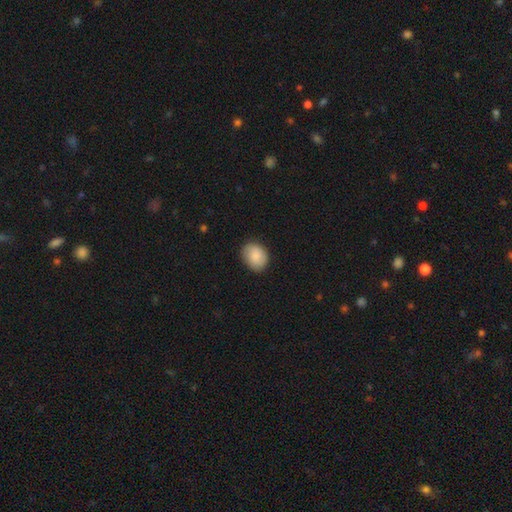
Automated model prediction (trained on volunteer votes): A smooth galaxy with no disk features (87%) that is in between round and cigar-shaped (51%).

Vote fractions:
- Smooth or featured? smooth: 87% / star or artifact: 6% / featured or disk: 6%
- How rounded? in between: 51% / round: 48% / cigar-shaped: 1%
- Merging? none: 84% / minor disturbance: 12% / major disturbance: 2% / merger: 1%